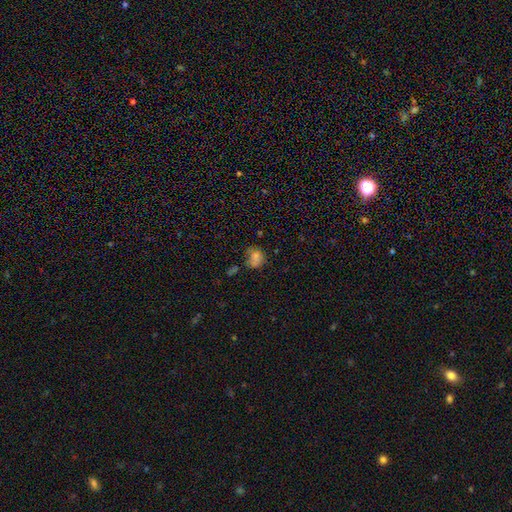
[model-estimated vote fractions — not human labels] smooth_or_featured: smooth (p=0.67) [alt: featured or disk p=0.17]
how_rounded: round (p=0.59) [alt: in between p=0.40]
merging: none (p=0.44) [alt: minor disturbance p=0.26]